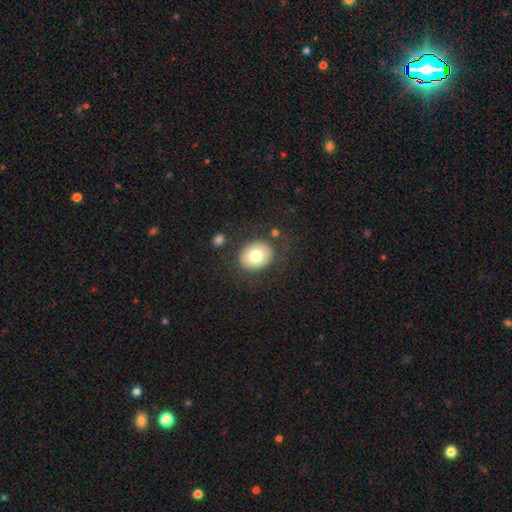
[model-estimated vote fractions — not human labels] The model was most divided on "how rounded": round: 57%, in between: 42%, cigar-shaped: 1%. More confident: merging — none (80%); smooth or featured — smooth (76%).